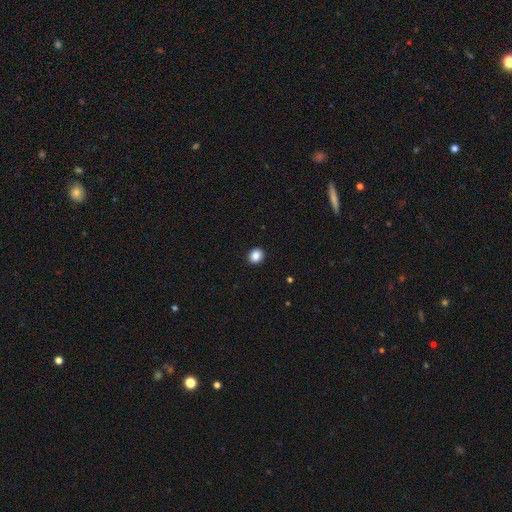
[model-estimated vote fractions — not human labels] A smooth galaxy with no disk features (87%) that is round (79%). Merging: none (93%).